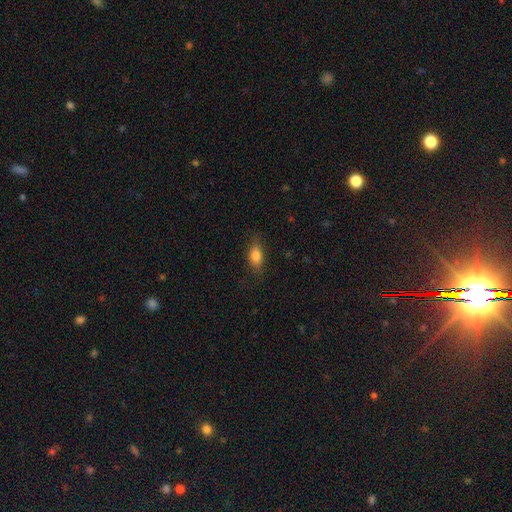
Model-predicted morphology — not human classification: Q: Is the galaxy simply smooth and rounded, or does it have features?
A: smooth — 80%.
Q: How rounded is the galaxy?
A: in between — 82%.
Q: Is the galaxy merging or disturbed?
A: none — 77%.